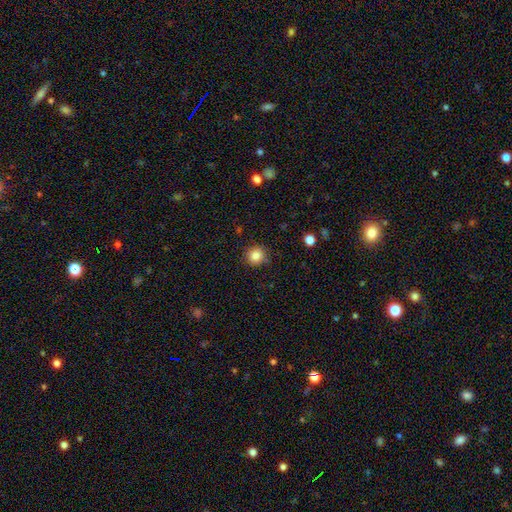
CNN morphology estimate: smooth-or-featured: smooth: 84% | star or artifact: 11% | featured or disk: 5%
  how-rounded: round: 92% | in between: 7% | cigar-shaped: 1%
  merging: none: 88% | minor disturbance: 8% | major disturbance: 2% | merger: 1%